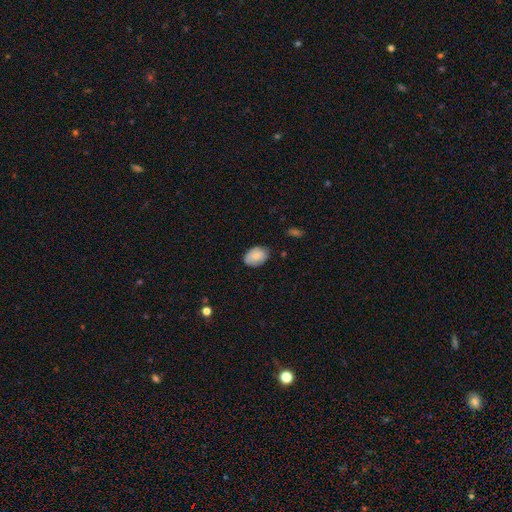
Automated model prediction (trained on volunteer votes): Overall: smooth (82%). How rounded: in between (83%). Merging: none (77%).